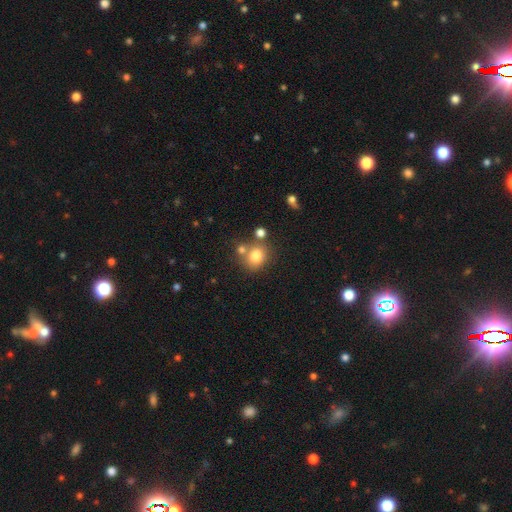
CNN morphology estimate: A smooth galaxy with no disk features (78%) that is round (72%). Merging: none (62%).